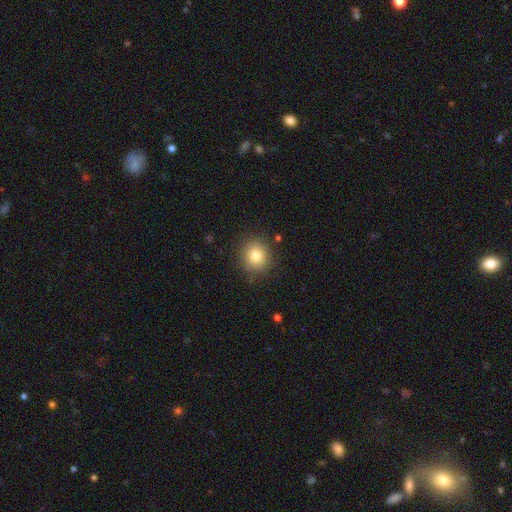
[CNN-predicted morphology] smooth-or-featured: smooth: 80% | star or artifact: 11% | featured or disk: 8%
  how-rounded: round: 86% | in between: 13% | cigar-shaped: 1%
  merging: none: 87% | minor disturbance: 9% | major disturbance: 3% | merger: 1%